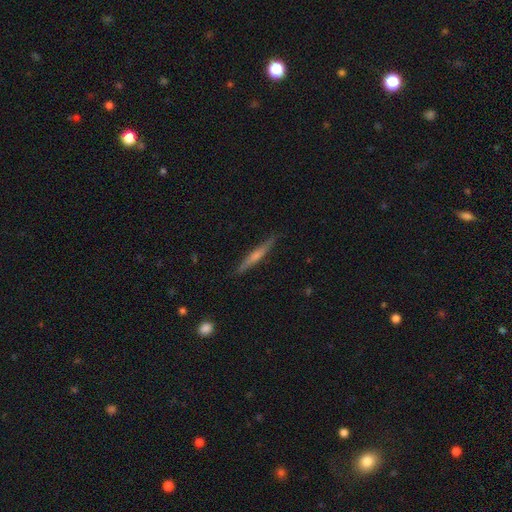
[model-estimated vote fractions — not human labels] A featured or disk galaxy (56%) viewed edge-on (97%) with a rounded central bulge (54%).

Vote fractions:
- Smooth or featured? featured or disk: 56% / smooth: 37% / star or artifact: 6%
- Edge-on disk? yes: 97% / no: 3%
- Edge-on bulge? rounded: 54% / none: 36% / boxy: 10%
- Merging? none: 89% / minor disturbance: 8% / major disturbance: 2% / merger: 1%